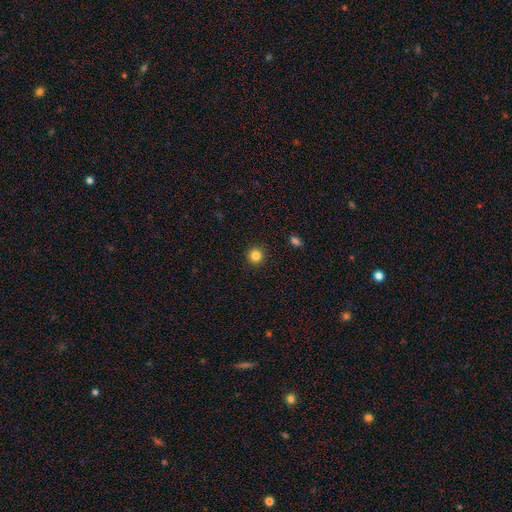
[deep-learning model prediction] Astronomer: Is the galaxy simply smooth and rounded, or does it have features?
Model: smooth — 84%.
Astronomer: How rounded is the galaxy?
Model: round — 95%.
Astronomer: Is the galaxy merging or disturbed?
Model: none — 93%.